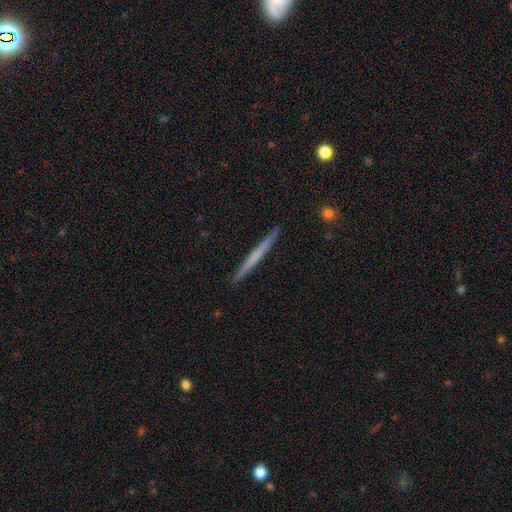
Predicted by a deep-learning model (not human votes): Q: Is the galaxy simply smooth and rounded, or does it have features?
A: smooth — 48%.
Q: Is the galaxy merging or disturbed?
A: none — 92%.